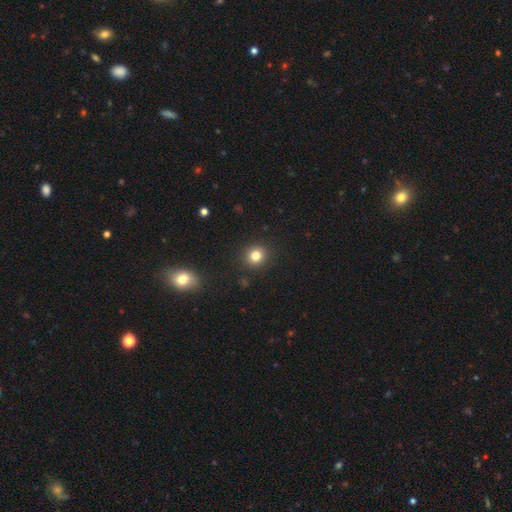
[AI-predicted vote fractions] Smooth or featured?
  - smooth: 81% *
  - star or artifact: 13%
  - featured or disk: 6%
How rounded?
  - round: 85% *
  - in between: 14%
  - cigar-shaped: 1%
Merging?
  - none: 91% *
  - minor disturbance: 6%
  - major disturbance: 2%
  - merger: 1%